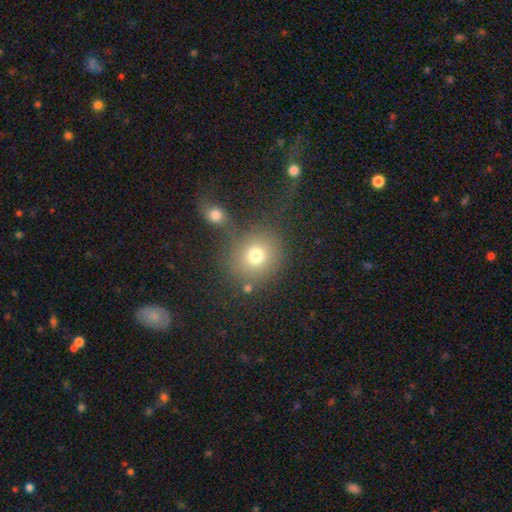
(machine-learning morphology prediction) Smooth or featured?
  - smooth: 74% *
  - star or artifact: 14%
  - featured or disk: 11%
How rounded?
  - round: 83% *
  - in between: 16%
  - cigar-shaped: 1%
Merging?
  - none: 67% *
  - merger: 16%
  - minor disturbance: 11%
  - major disturbance: 6%